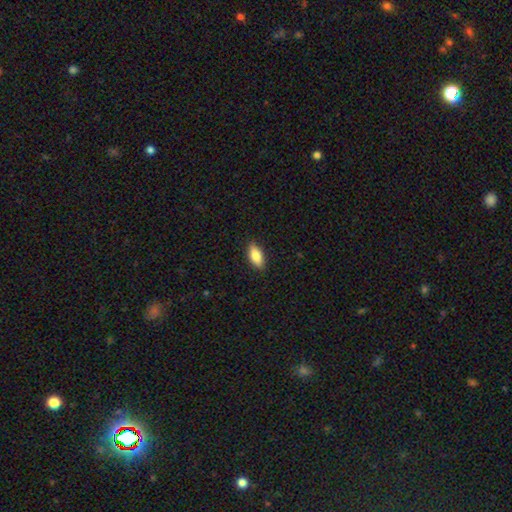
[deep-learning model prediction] Smooth or featured?
  - smooth: 83% *
  - featured or disk: 10%
  - star or artifact: 6%
How rounded?
  - in between: 82% *
  - cigar-shaped: 15%
  - round: 3%
Merging?
  - none: 87% *
  - minor disturbance: 10%
  - major disturbance: 2%
  - merger: 1%